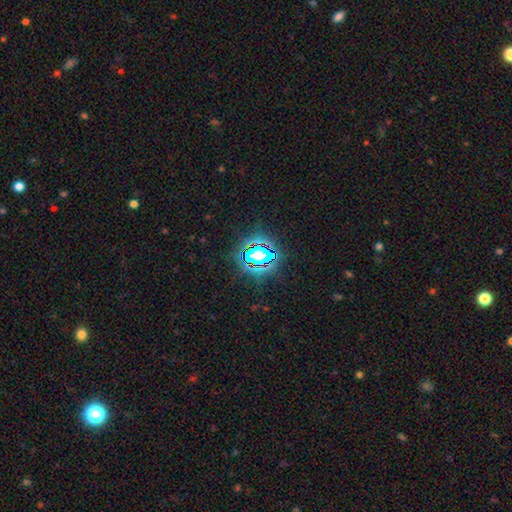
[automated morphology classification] This appears to be a star or artifact, not a galaxy (73%).